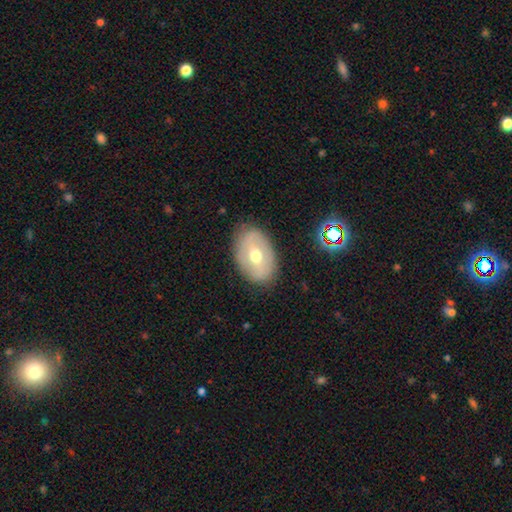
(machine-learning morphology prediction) This is possibly a smooth galaxy (46%, tied with featured or disk). Merging: clearly none (81%).